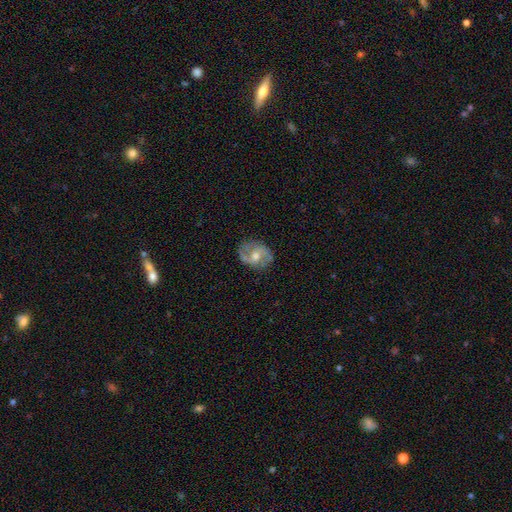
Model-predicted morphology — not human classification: Smooth or featured? Predicted: featured or disk (p=0.74). Edge-on disk? Predicted: no (p=0.97). Bar? Predicted: no (p=0.48). Spiral arms? Predicted: yes (p=0.86). Spiral winding? Predicted: medium (p=0.50). Spiral arm count? Predicted: 2 (p=0.83). Bulge size? Predicted: moderate (p=0.69). Merging? Predicted: none (p=0.78).